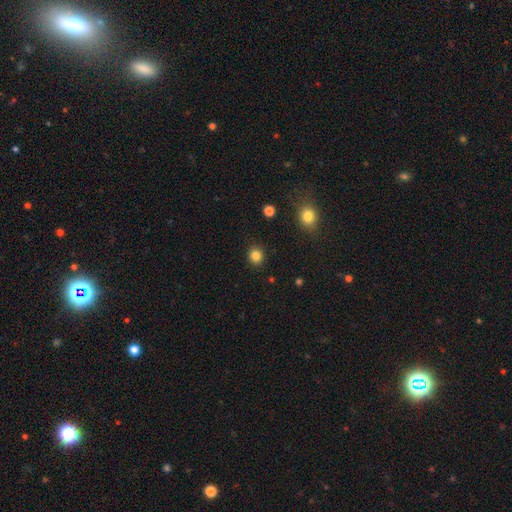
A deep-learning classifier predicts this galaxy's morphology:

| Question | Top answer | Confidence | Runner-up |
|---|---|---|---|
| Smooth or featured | smooth | 84% | star or artifact (12%) |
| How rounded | round | 88% | in between (11%) |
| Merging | none | 91% | minor disturbance (6%) |